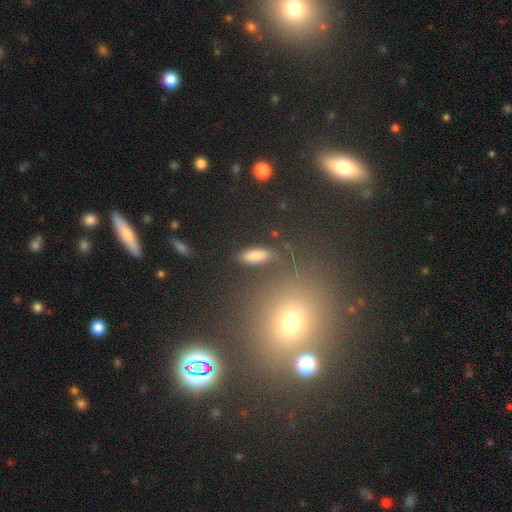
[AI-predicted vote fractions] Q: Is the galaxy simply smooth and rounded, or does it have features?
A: smooth — 80%.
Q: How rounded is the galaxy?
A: in between — 67%.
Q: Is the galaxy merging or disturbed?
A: none — 74%.